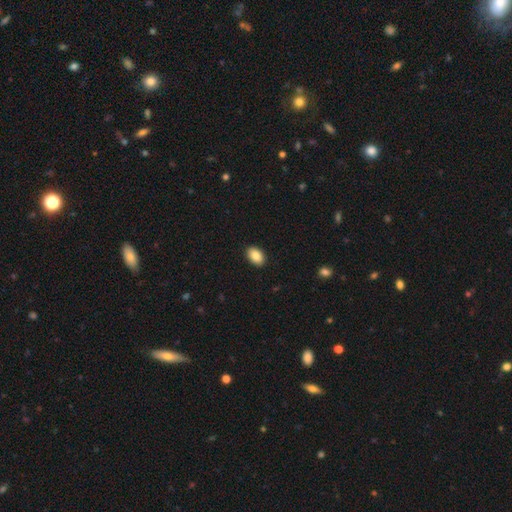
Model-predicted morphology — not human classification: Smooth or featured? smooth (88%)
How rounded? in between (87%)
Merging? none (91%)